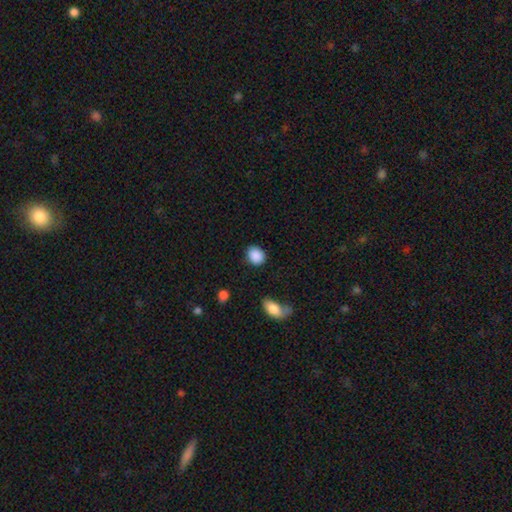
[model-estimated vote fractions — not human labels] Q: Smooth or featured?
A: smooth (89%); runner-up: star or artifact (8%)
Q: How rounded?
A: round (67%); runner-up: in between (32%)
Q: Merging?
A: none (83%); runner-up: minor disturbance (11%)